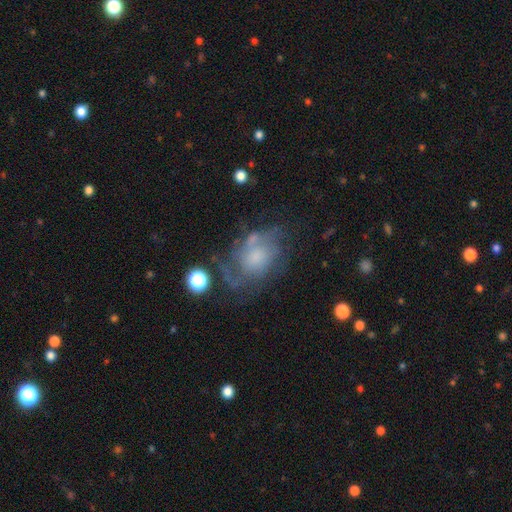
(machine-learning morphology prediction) featured or disk 63%, smooth 26%, star or artifact 11%. Down the decision tree: edge-on disk — no (97%); bar — no (79%); spiral arms — yes (76%); bulge size — moderate (32%); merging — none (48%).